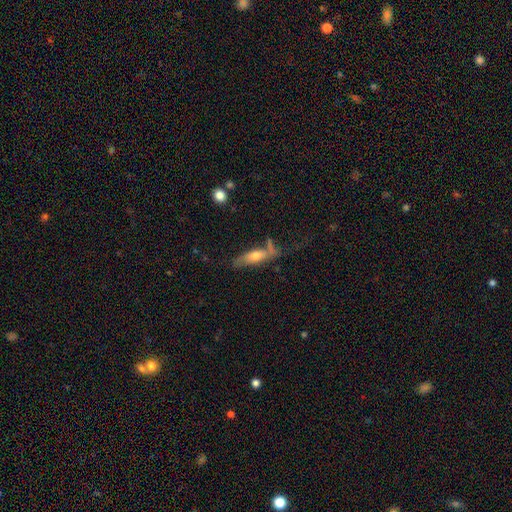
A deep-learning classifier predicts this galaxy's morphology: A smooth galaxy with no disk features (49%).

Vote fractions:
- Smooth or featured? smooth: 49% / featured or disk: 43% / star or artifact: 7%
- Merging? none: 49% / minor disturbance: 25% / major disturbance: 15% / merger: 12%